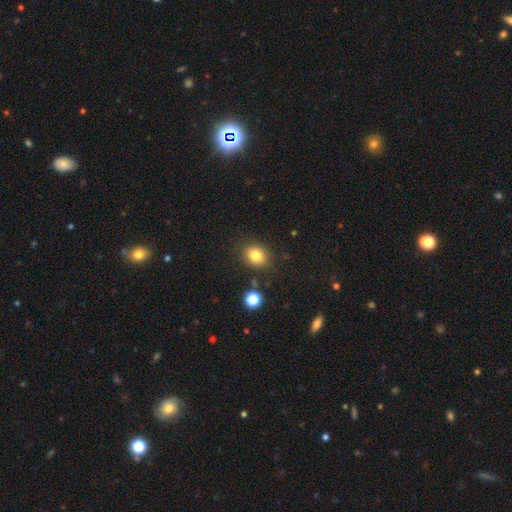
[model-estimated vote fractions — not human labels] Smooth or featured?
  - smooth: 81% *
  - star or artifact: 12%
  - featured or disk: 7%
How rounded?
  - round: 61% *
  - in between: 38%
  - cigar-shaped: 1%
Merging?
  - none: 84% *
  - minor disturbance: 10%
  - merger: 3%
  - major disturbance: 3%